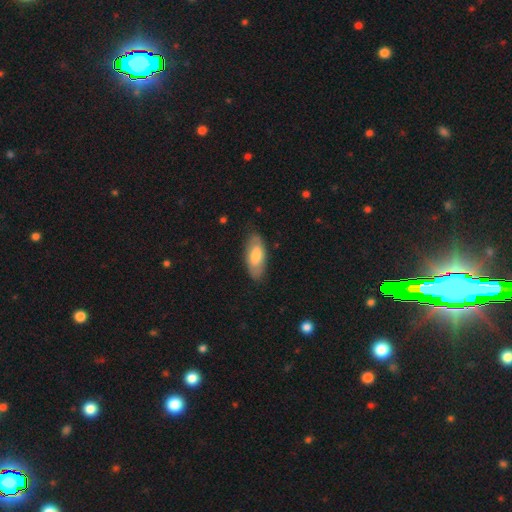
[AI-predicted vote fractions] smooth-or-featured: smooth: 66% | featured or disk: 28% | star or artifact: 6%
  how-rounded: in between: 87% | cigar-shaped: 11% | round: 2%
  merging: none: 79% | minor disturbance: 16% | major disturbance: 4% | merger: 1%